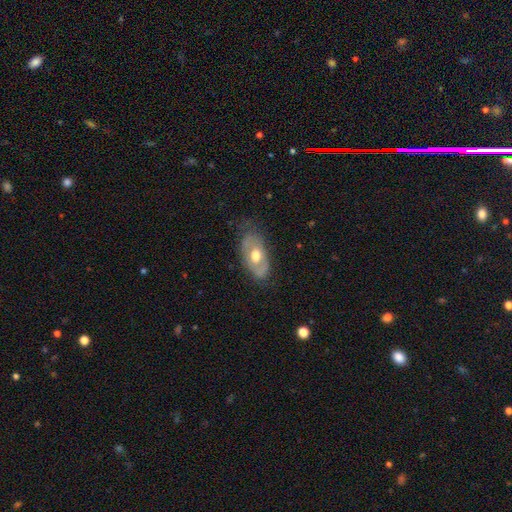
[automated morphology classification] Overall: featured or disk (48%; smooth 46%). Merging: none (66%).